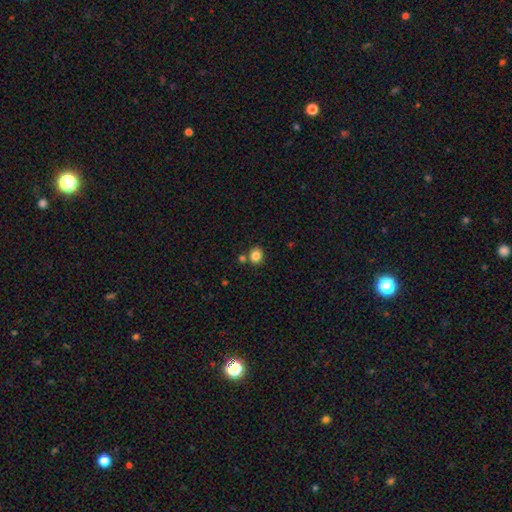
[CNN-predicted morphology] The model was most divided on "how rounded": round: 70%, in between: 29%, cigar-shaped: 1%. More confident: smooth or featured — smooth (84%); merging — none (76%).